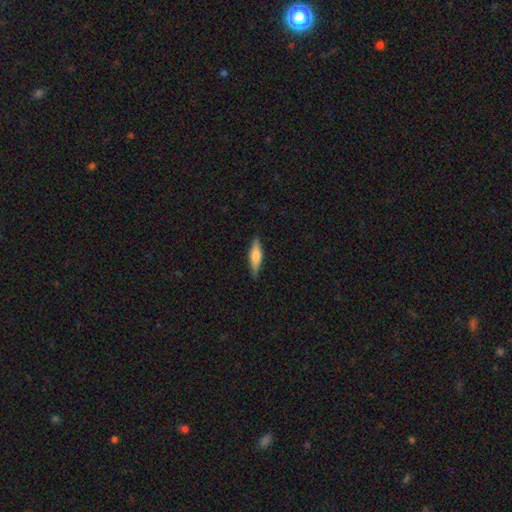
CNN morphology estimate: smooth-or-featured: smooth: 62% | featured or disk: 32% | star or artifact: 6%
  how-rounded: cigar-shaped: 69% | in between: 29% | round: 2%
  merging: none: 87% | minor disturbance: 10% | major disturbance: 2% | merger: 1%